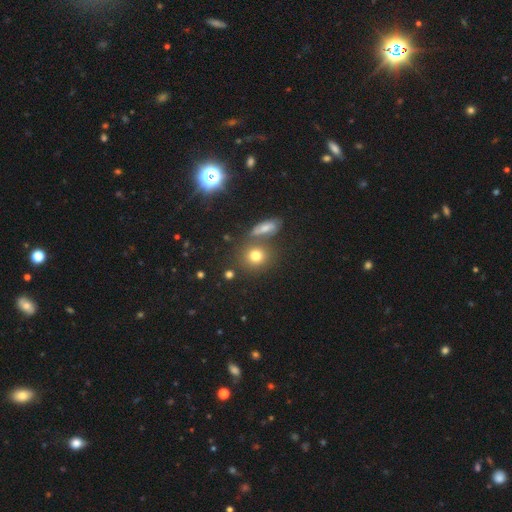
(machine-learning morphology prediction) smooth_or_featured: smooth (p=0.73) [alt: star or artifact p=0.16]
how_rounded: round (p=0.80) [alt: in between p=0.18]
merging: none (p=0.69) [alt: merger p=0.16]